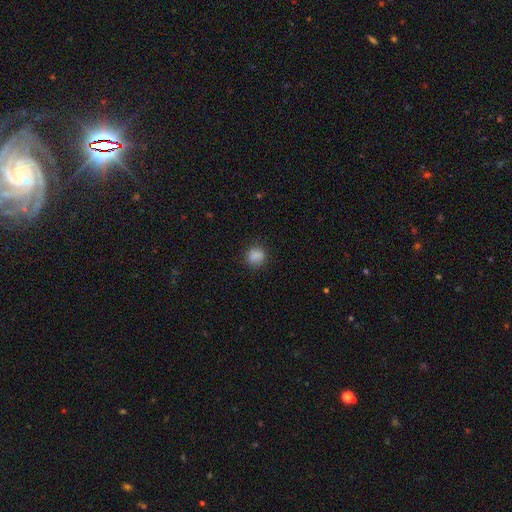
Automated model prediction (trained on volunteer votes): Smooth or featured? Predicted: smooth (p=0.85). How rounded? Predicted: round (p=0.78). Merging? Predicted: none (p=0.81).